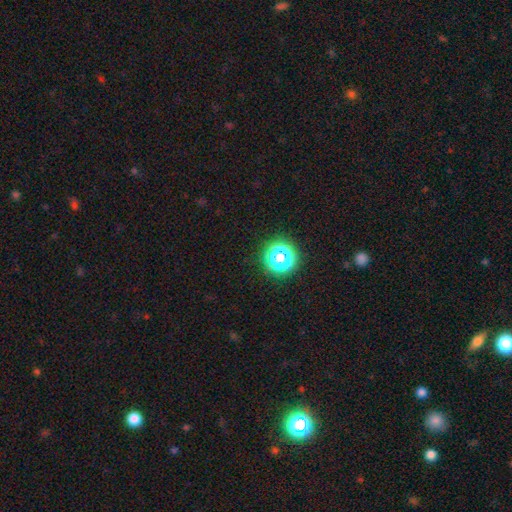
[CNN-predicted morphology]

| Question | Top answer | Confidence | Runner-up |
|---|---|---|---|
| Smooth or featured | star or artifact | 75% | smooth (19%) |